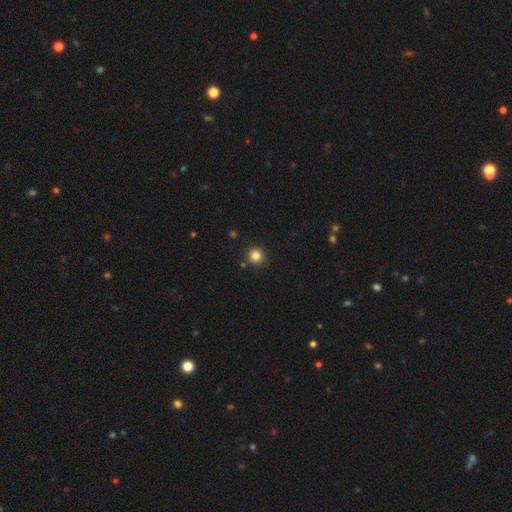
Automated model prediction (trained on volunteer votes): A smooth galaxy with no disk features (83%) that is round (94%). Merging: none (88%).